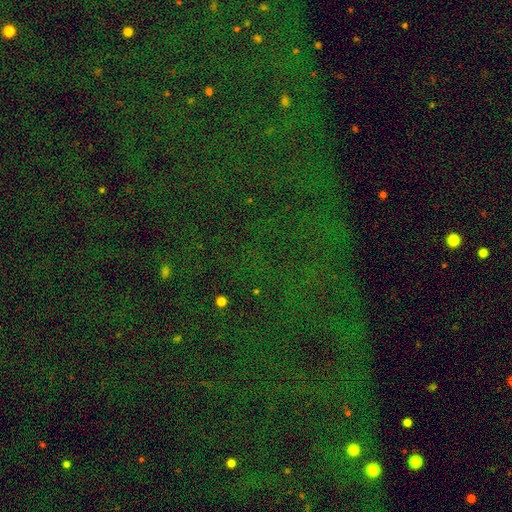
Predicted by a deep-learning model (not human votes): Morphology: type=star or artifact (83%).